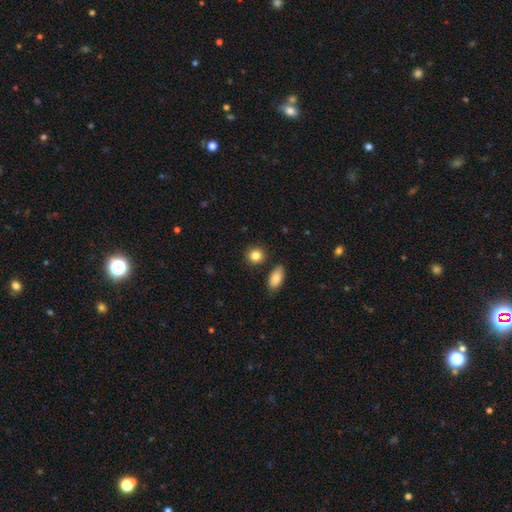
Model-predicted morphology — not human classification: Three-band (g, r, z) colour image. It shows a smooth galaxy with no disk features (86%) that is round (80%). Merging: none (85%).